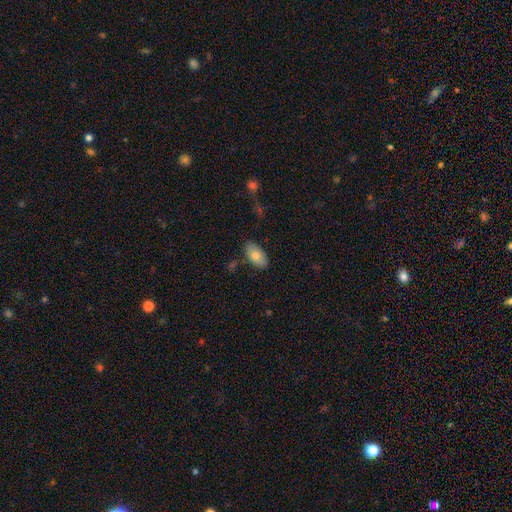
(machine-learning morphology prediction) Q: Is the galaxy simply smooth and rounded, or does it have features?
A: smooth — 78%.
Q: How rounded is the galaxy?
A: in between — 94%.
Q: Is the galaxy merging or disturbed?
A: none — 83%.